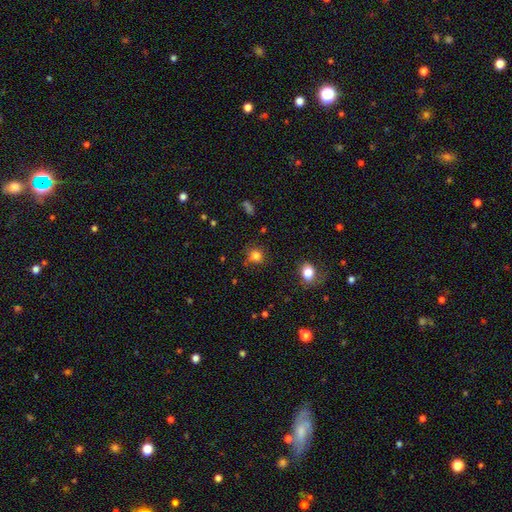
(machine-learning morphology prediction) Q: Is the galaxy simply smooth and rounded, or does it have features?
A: smooth — 80%.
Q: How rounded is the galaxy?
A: round — 82%.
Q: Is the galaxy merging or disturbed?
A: none — 77%.